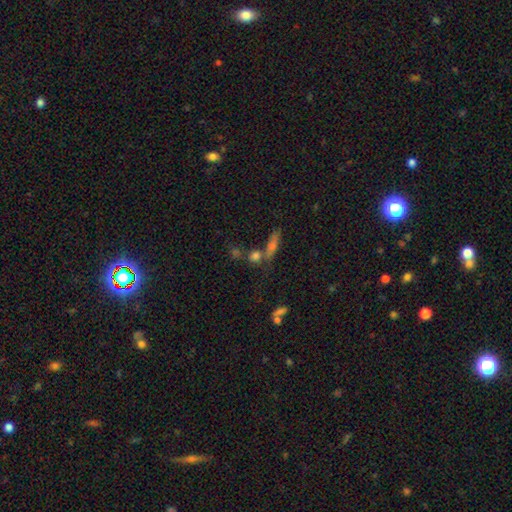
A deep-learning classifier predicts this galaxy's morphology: This appears to be a smooth galaxy with no disk features (45%). Merging: none (51%).